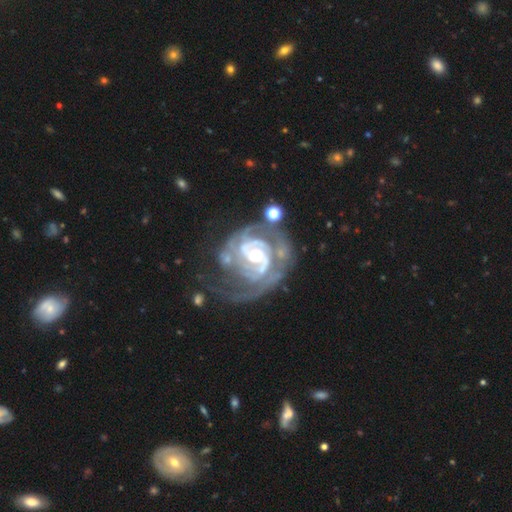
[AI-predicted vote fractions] Smooth or featured? featured or disk (91%)
Edge-on disk? no (98%)
Bar? no (52%)
Spiral arms? yes (96%)
Spiral winding? tight (63%)
Spiral arm count? 2 (49%)
Bulge size? moderate (69%)
Merging? none (48%)